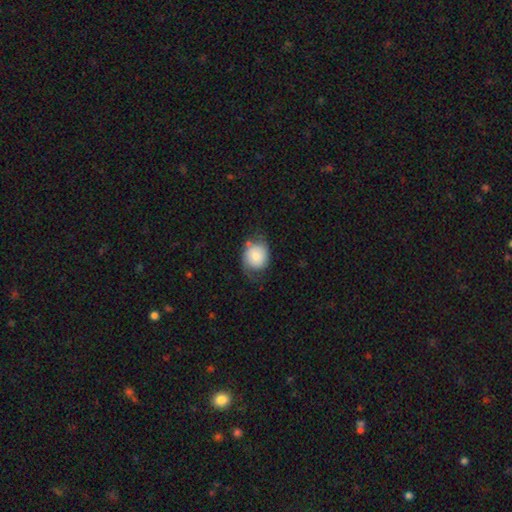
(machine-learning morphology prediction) The model was most divided on "merging": none: 52%, minor disturbance: 30%, major disturbance: 14%, merger: 4%. More confident: smooth or featured — smooth (69%); how rounded — round (69%).